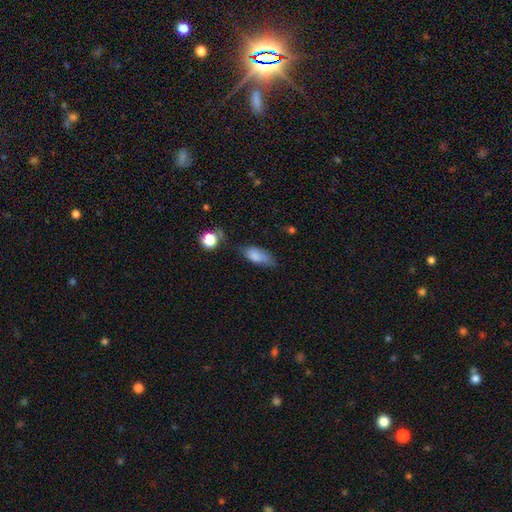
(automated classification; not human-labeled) smooth_or_featured: smooth (p=0.76) [alt: featured or disk p=0.14]
how_rounded: in between (p=0.80) [alt: cigar-shaped p=0.16]
merging: none (p=0.48) [alt: minor disturbance p=0.34]